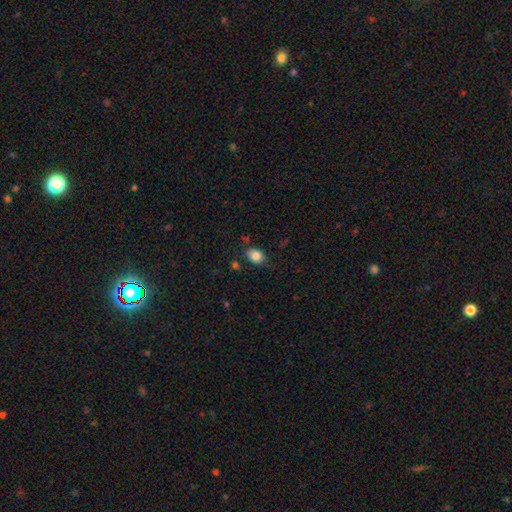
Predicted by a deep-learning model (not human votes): Smooth or featured?
  - smooth: 85% *
  - star or artifact: 9%
  - featured or disk: 5%
How rounded?
  - in between: 65% *
  - round: 33%
  - cigar-shaped: 1%
Merging?
  - none: 77% *
  - minor disturbance: 17%
  - major disturbance: 4%
  - merger: 3%